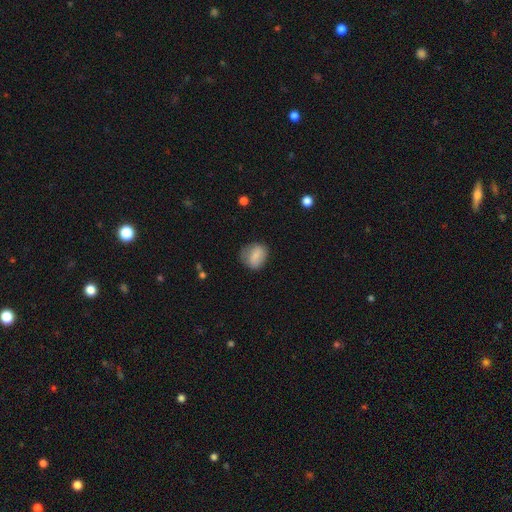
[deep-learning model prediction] smooth_or_featured: smooth (p=0.81) [alt: featured or disk p=0.11]
how_rounded: round (p=0.56) [alt: in between p=0.42]
merging: none (p=0.66) [alt: minor disturbance p=0.25]